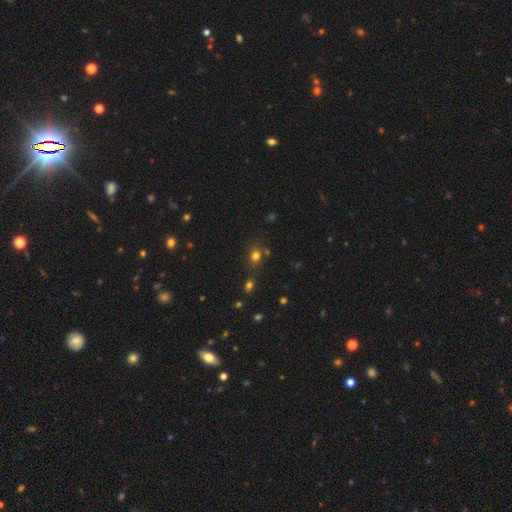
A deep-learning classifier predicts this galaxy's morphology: Overall: smooth (70%). How rounded: round (72%). Merging: none (67%).